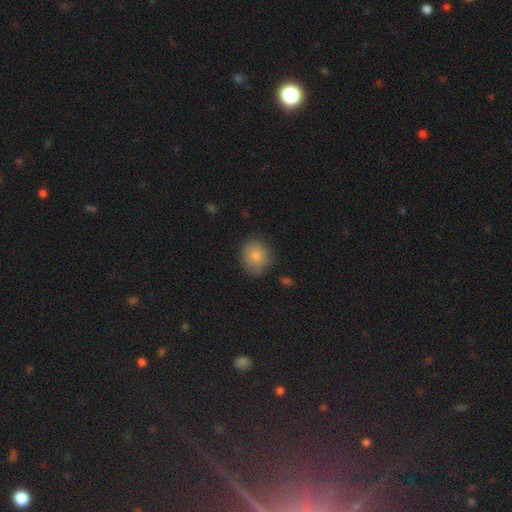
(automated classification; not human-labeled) Overall: smooth (80%). How rounded: round (72%). Merging: none (76%).